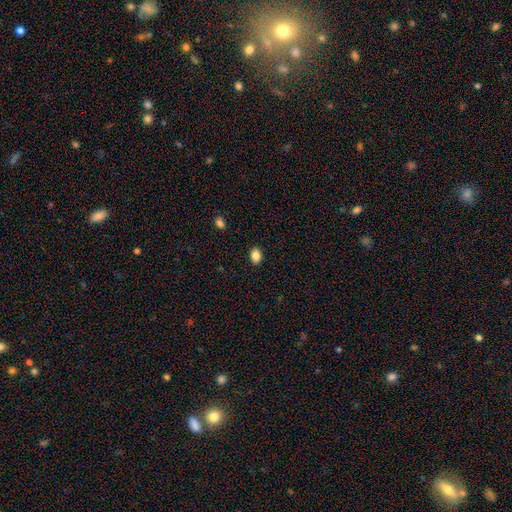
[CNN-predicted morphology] Smooth or featured? smooth (86%)
How rounded? in between (74%)
Merging? none (90%)